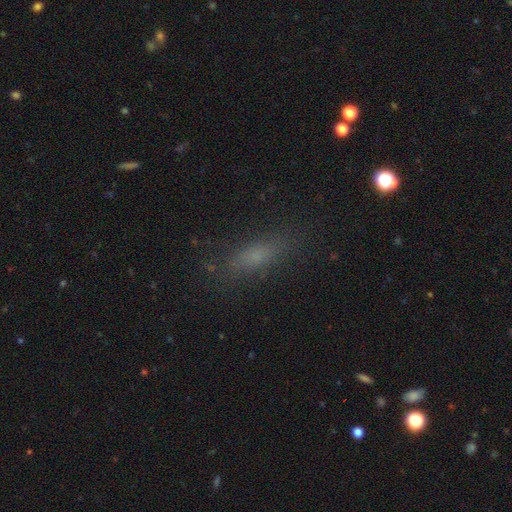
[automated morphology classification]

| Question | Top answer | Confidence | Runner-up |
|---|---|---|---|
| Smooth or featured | smooth | 59% | star or artifact (21%) |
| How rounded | cigar-shaped | 51% | in between (45%) |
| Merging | none | 80% | minor disturbance (13%) |